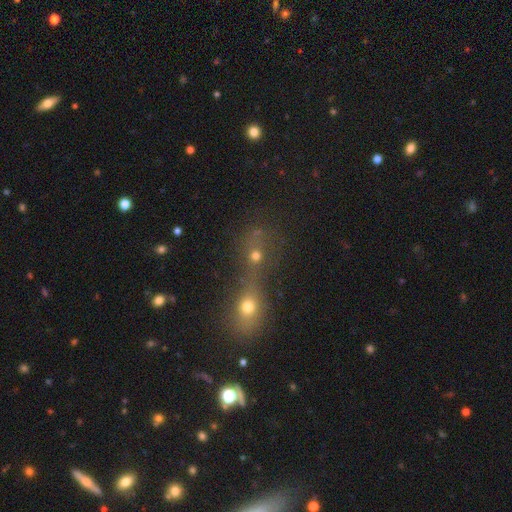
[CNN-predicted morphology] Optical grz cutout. It shows a smooth galaxy with no disk features (62%) that is round (70%). Merging: merger (65%).